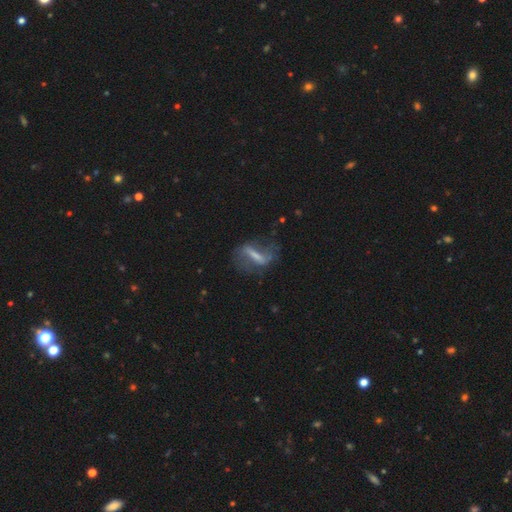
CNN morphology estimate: Smooth or featured? featured or disk (66%)
Edge-on disk? no (83%)
Bar? strong (67%)
Spiral arms? yes (65%)
Bulge size? none (36%)
Merging? none (54%)